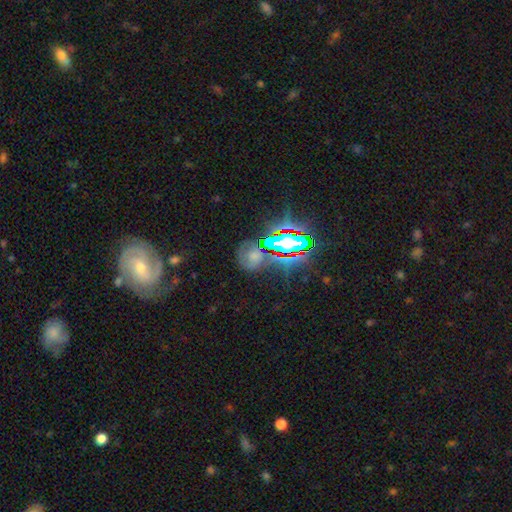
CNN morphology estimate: smooth_or_featured: star or artifact (p=0.43) [alt: smooth p=0.31]